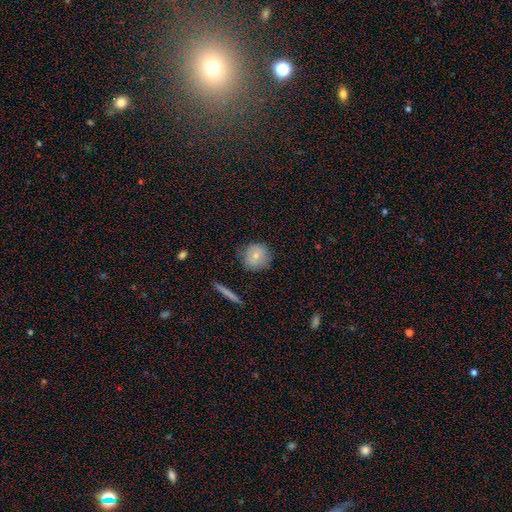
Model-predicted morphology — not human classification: The model was most divided on "smooth or featured": smooth: 73%, featured or disk: 19%, star or artifact: 8%. More confident: how rounded — round (90%); merging — none (79%).